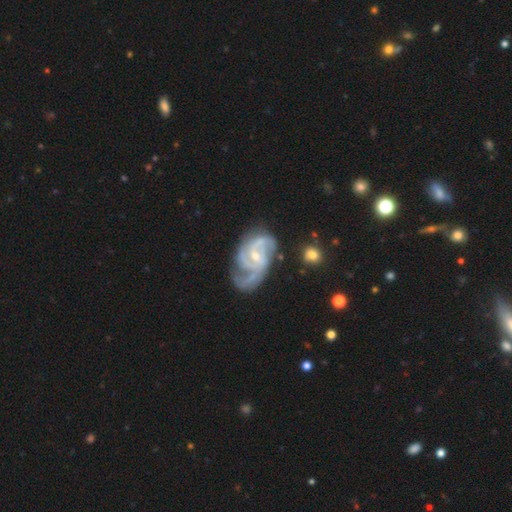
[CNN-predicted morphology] smooth_or_featured: featured or disk (p=0.90) [alt: smooth p=0.05]
disk_edge_on: no (p=0.98) [alt: yes p=0.02]
bar: weak (p=0.46) [alt: no p=0.41]
has_spiral_arms: yes (p=0.97) [alt: no p=0.03]
spiral_winding: medium (p=0.49) [alt: tight p=0.36]
spiral_arm_count: 3 (p=0.40) [alt: 2 p=0.29]
bulge_size: small (p=0.62) [alt: moderate p=0.34]
merging: none (p=0.51) [alt: minor disturbance p=0.26]